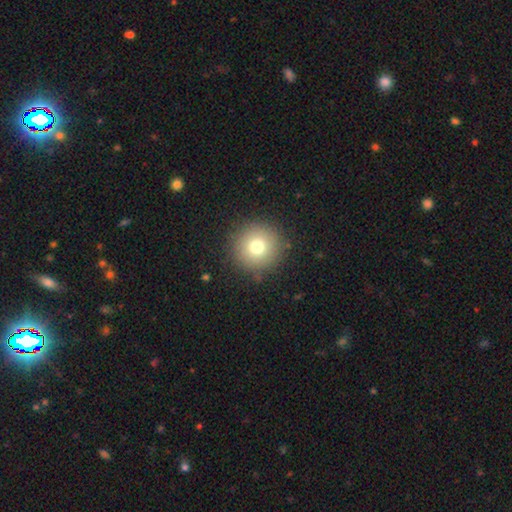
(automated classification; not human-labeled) smooth-or-featured: smooth: 62% | star or artifact: 27% | featured or disk: 11%
  how-rounded: round: 95% | in between: 3% | cigar-shaped: 1%
  merging: none: 92% | minor disturbance: 5% | major disturbance: 2% | merger: 1%